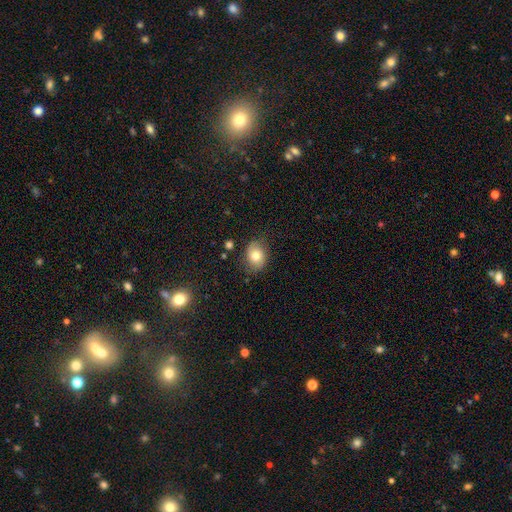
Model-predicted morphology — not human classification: Q: Smooth or featured?
A: smooth (75%); runner-up: featured or disk (16%)
Q: How rounded?
A: in between (61%); runner-up: round (38%)
Q: Merging?
A: none (77%); runner-up: minor disturbance (18%)